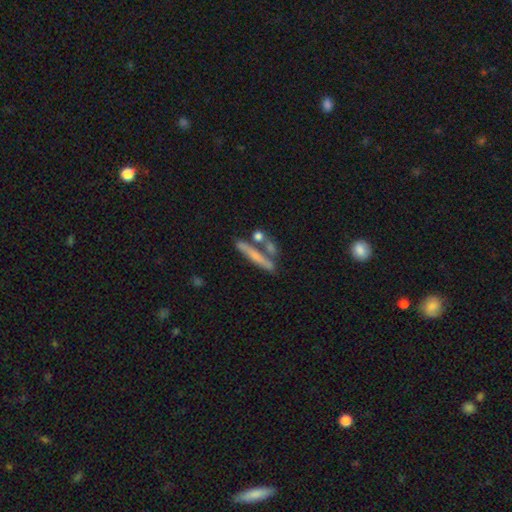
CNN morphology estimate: This appears to be a smooth galaxy with no disk features (54%) that is cigar-shaped (86%). Merging: none (64%).